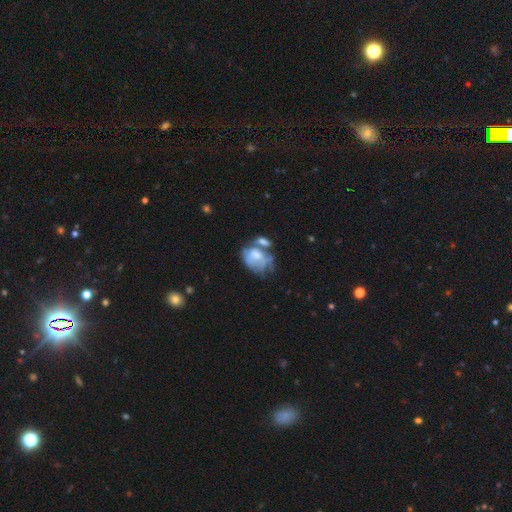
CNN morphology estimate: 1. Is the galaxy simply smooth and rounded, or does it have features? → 47% smooth, 44% featured or disk, 10% star or artifact.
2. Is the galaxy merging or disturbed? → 39% merger, 24% major disturbance, 20% none, 17% minor disturbance.